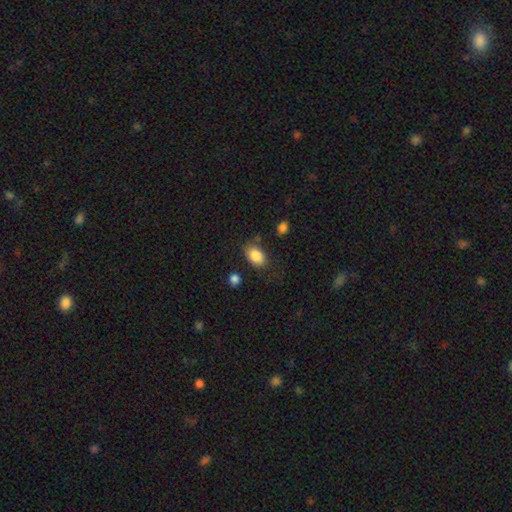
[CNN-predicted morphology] This appears to be a smooth galaxy with no disk features (87%) that is in between round and cigar-shaped (88%). Merging: none (77%).